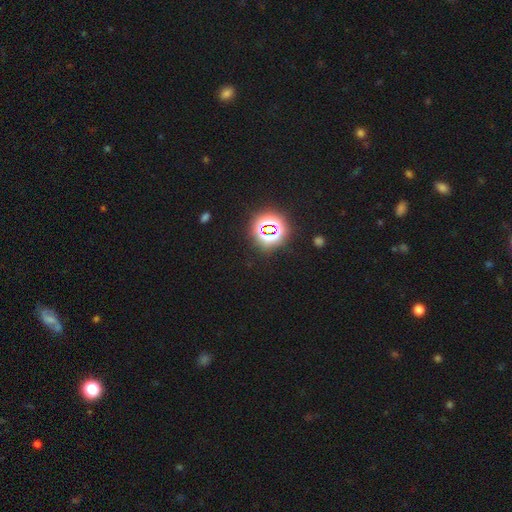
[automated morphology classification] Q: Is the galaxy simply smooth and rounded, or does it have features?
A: star or artifact — 76%.